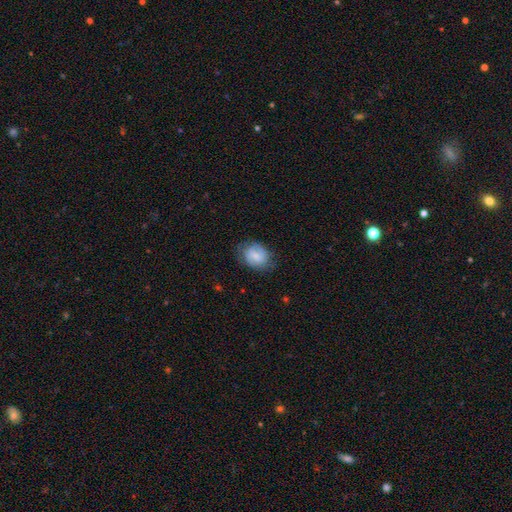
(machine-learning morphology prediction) smooth-or-featured: smooth: 58% | featured or disk: 35% | star or artifact: 8%
  how-rounded: in between: 55% | round: 44% | cigar-shaped: 1%
  merging: none: 68% | minor disturbance: 23% | major disturbance: 8% | merger: 1%